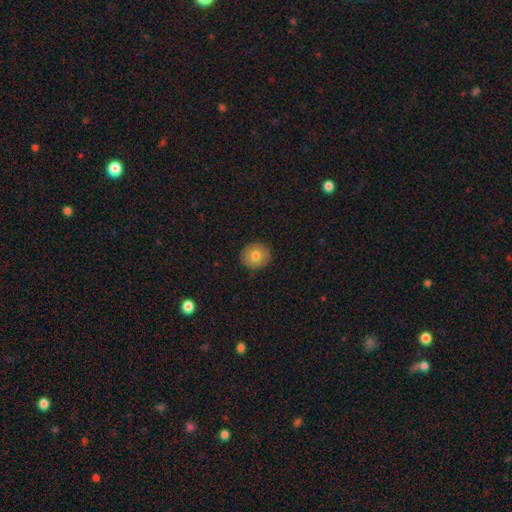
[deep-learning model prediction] Smooth or featured: smooth — 78% (featured or disk — 14%)
How rounded: round — 92% (in between — 7%)
Merging: none — 91% (minor disturbance — 6%)